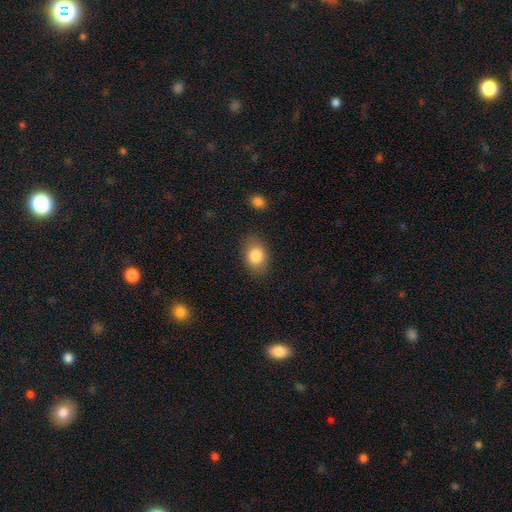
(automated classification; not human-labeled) Smooth or featured?
  - smooth: 83% *
  - featured or disk: 9%
  - star or artifact: 8%
How rounded?
  - in between: 72% *
  - round: 27%
  - cigar-shaped: 1%
Merging?
  - none: 82% *
  - minor disturbance: 12%
  - major disturbance: 4%
  - merger: 2%